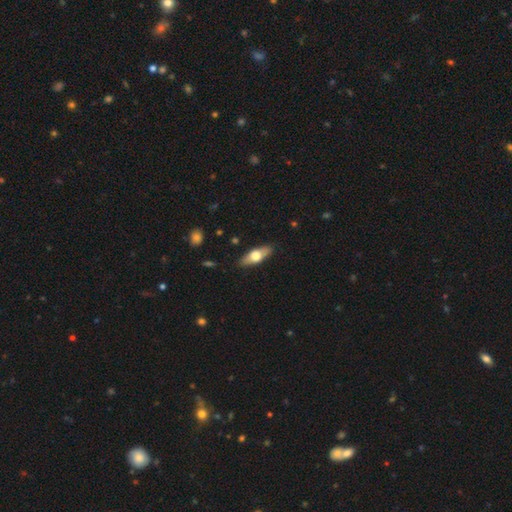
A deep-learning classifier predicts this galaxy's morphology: A smooth galaxy with no disk features (55%) that is in between round and cigar-shaped (64%).

Vote fractions:
- Smooth or featured? smooth: 55% / featured or disk: 39% / star or artifact: 6%
- How rounded? in between: 64% / cigar-shaped: 33% / round: 3%
- Merging? none: 87% / minor disturbance: 10% / major disturbance: 2% / merger: 1%